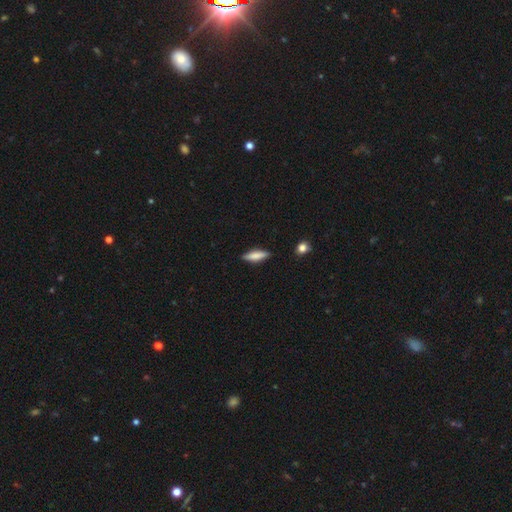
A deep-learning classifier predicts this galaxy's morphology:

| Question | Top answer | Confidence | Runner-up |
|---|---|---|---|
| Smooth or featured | smooth | 73% | featured or disk (21%) |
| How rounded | cigar-shaped | 63% | in between (35%) |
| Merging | none | 87% | minor disturbance (9%) |